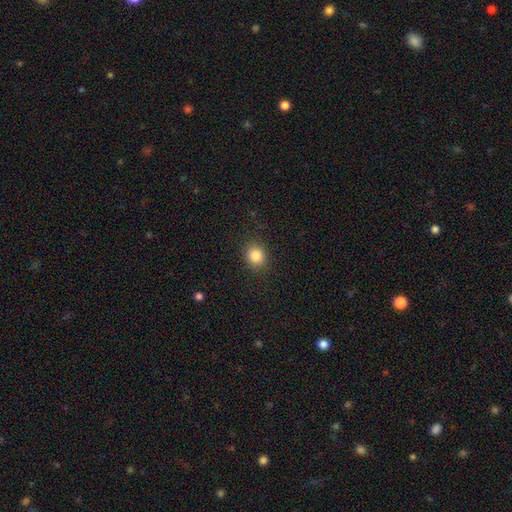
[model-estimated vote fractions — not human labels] smooth_or_featured: smooth (p=0.84) [alt: star or artifact p=0.11]
how_rounded: round (p=0.79) [alt: in between p=0.20]
merging: none (p=0.89) [alt: minor disturbance p=0.08]